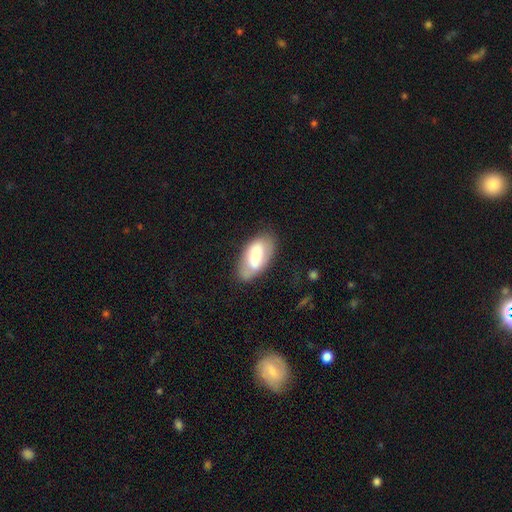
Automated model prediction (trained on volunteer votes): smooth 59%, featured or disk 34%, star or artifact 7%. Down the decision tree: how rounded — in between (93%); merging — none (67%).